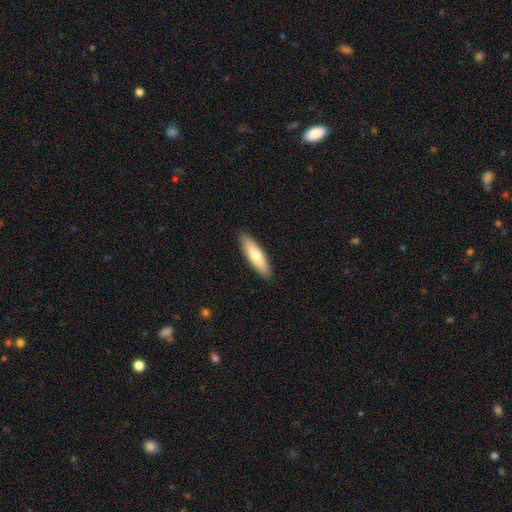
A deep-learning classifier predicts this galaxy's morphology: smooth 70%, featured or disk 25%, star or artifact 5%. Down the decision tree: how rounded — cigar-shaped (59%); merging — none (88%).